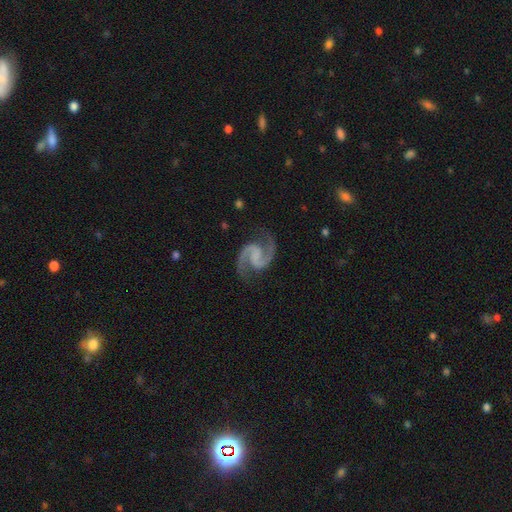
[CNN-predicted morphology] The model was most divided on "bar": weak: 42%, no: 40%, strong: 17%. More confident: spiral arms — yes (99%); edge-on disk — no (99%); spiral arm count — 2 (95%); smooth or featured — featured or disk (94%); merging — none (83%); spiral winding — medium (66%); bulge size — none (64%).